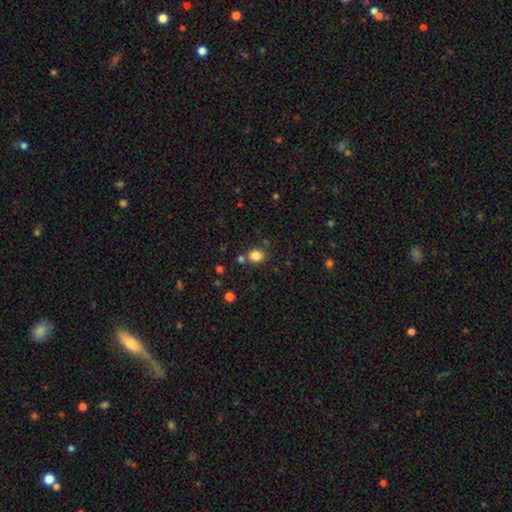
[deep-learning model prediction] This is clearly a smooth galaxy (83%). How rounded: likely round (76%). Merging: likely none (77%).